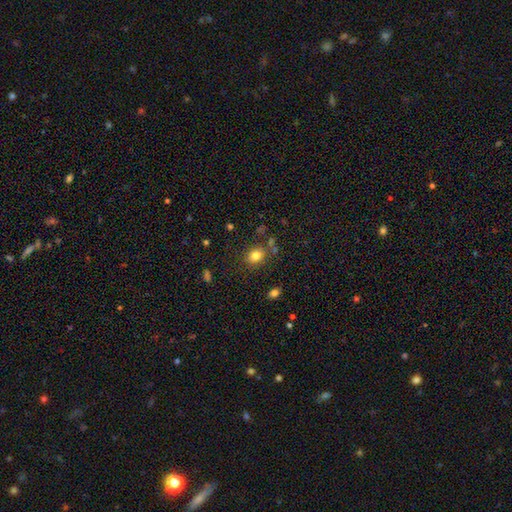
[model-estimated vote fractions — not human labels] smooth_or_featured: smooth (p=0.80) [alt: star or artifact p=0.12]
how_rounded: round (p=0.50) [alt: in between p=0.49]
merging: none (p=0.77) [alt: minor disturbance p=0.12]